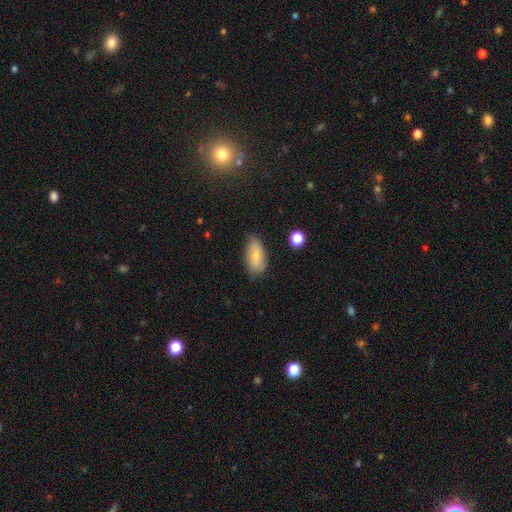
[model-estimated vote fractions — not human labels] Smooth or featured? smooth (74%)
How rounded? in between (90%)
Merging? none (72%)